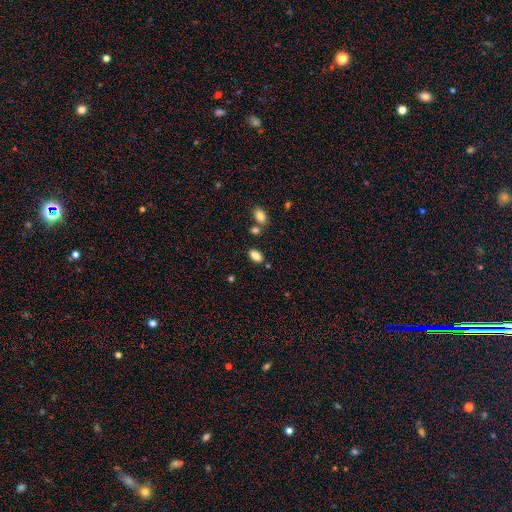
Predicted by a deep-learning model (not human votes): smooth_or_featured: smooth (p=0.84) [alt: star or artifact p=0.09]
how_rounded: in between (p=0.91) [alt: round p=0.07]
merging: none (p=0.80) [alt: minor disturbance p=0.11]